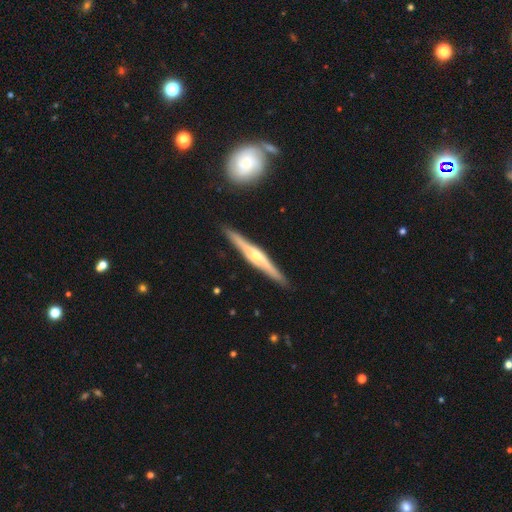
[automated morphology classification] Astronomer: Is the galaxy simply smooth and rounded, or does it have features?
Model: featured or disk — 80%.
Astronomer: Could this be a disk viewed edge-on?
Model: yes — 98%.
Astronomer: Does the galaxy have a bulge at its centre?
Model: rounded — 83%.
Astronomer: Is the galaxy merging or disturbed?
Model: none — 90%.